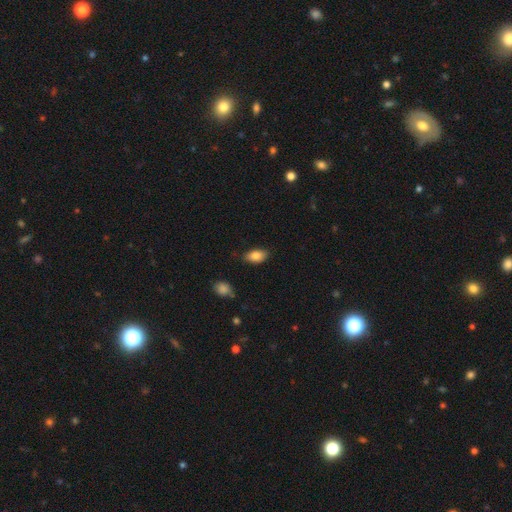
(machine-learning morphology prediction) The model was most divided on "merging": none: 80%, minor disturbance: 15%, major disturbance: 3%, merger: 2%. More confident: how rounded — in between (91%); smooth or featured — smooth (84%).